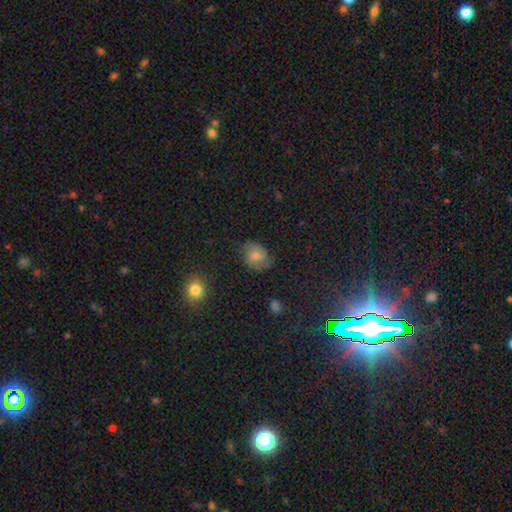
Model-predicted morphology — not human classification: smooth_or_featured: smooth (p=0.63) [alt: featured or disk p=0.26]
how_rounded: in between (p=0.54) [alt: round p=0.45]
merging: none (p=0.66) [alt: minor disturbance p=0.24]